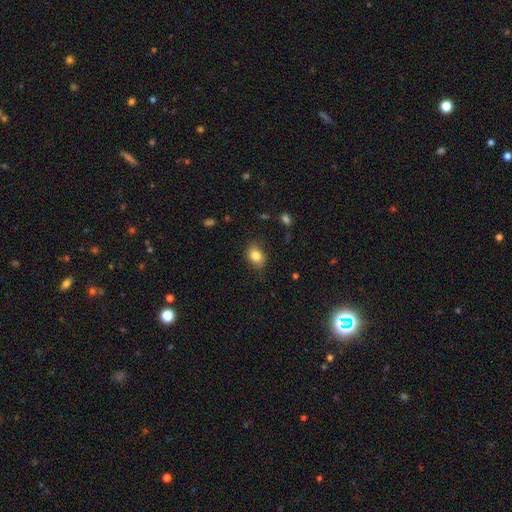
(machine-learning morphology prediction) Smooth or featured? smooth (82%)
How rounded? in between (68%)
Merging? none (77%)